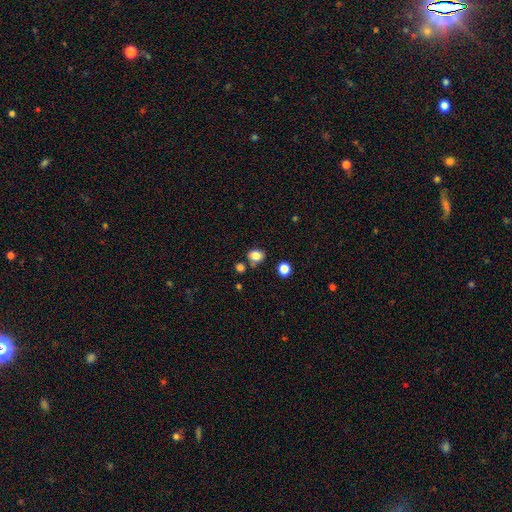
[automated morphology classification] This is clearly a smooth galaxy (83%). How rounded: possibly in between (53%). Merging: likely none (66%).